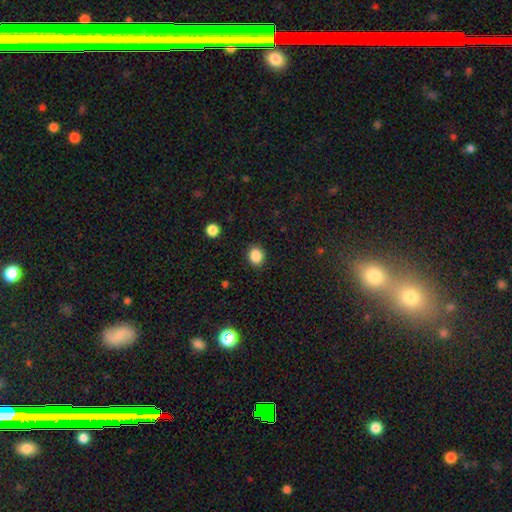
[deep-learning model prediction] Overall: smooth (87%). How rounded: round (70%). Merging: none (89%).